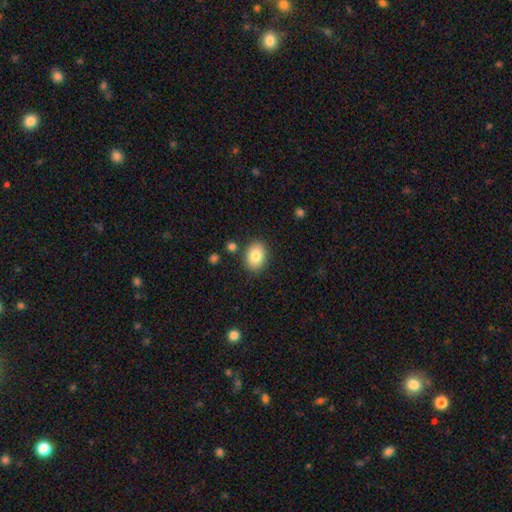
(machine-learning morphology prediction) The model was most divided on "how rounded": in between: 70%, round: 29%, cigar-shaped: 1%. More confident: merging — none (85%); smooth or featured — smooth (83%).